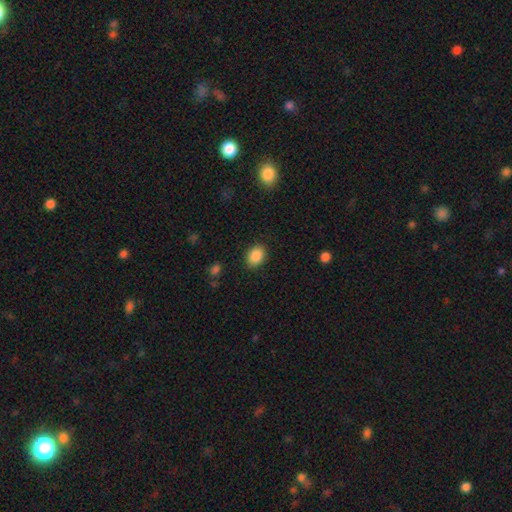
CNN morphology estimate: Smooth or featured: smooth — 88% (star or artifact — 8%)
How rounded: in between — 66% (round — 33%)
Merging: none — 86% (minor disturbance — 9%)